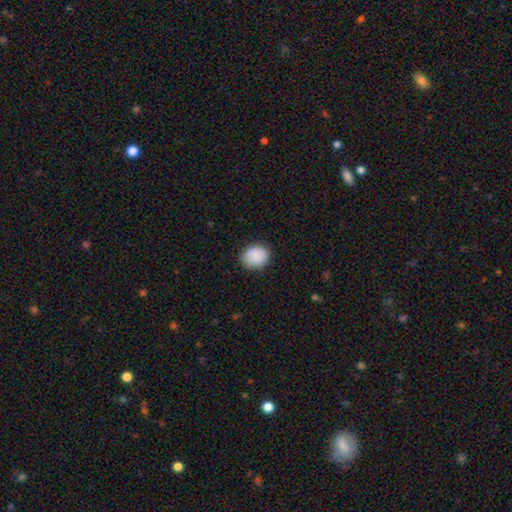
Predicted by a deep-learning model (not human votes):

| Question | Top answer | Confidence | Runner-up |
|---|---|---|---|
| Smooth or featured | smooth | 90% | star or artifact (7%) |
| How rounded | round | 63% | in between (36%) |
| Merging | none | 87% | minor disturbance (10%) |